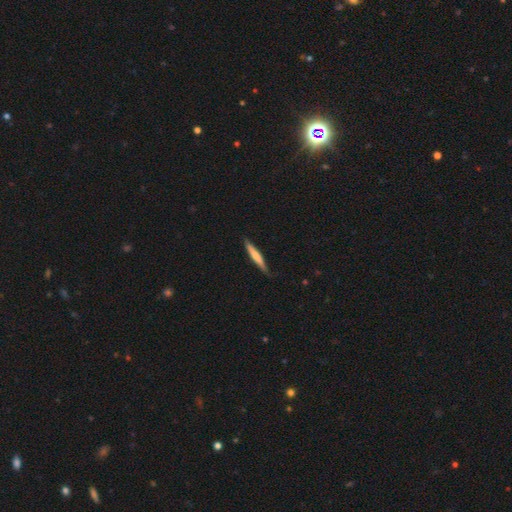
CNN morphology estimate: A smooth galaxy with no disk features (59%) that is cigar-shaped (94%).

Vote fractions:
- Smooth or featured? smooth: 59% / featured or disk: 36% / star or artifact: 5%
- How rounded? cigar-shaped: 94% / in between: 5% / round: 1%
- Merging? none: 80% / minor disturbance: 17% / major disturbance: 2% / merger: 1%